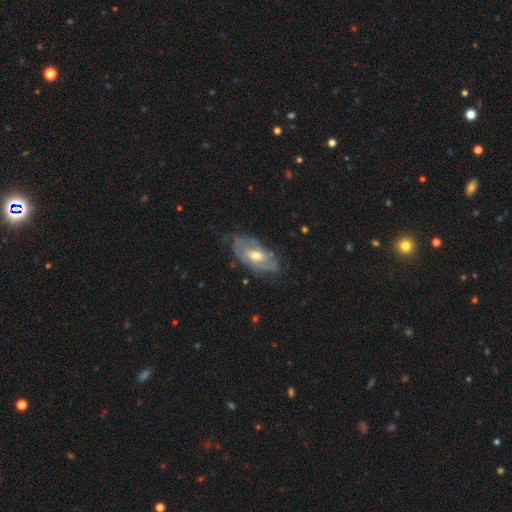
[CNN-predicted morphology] smooth_or_featured: featured or disk (p=0.78) [alt: smooth p=0.16]
disk_edge_on: no (p=0.91) [alt: yes p=0.09]
bar: no (p=0.52) [alt: weak p=0.38]
has_spiral_arms: yes (p=0.84) [alt: no p=0.16]
spiral_winding: tight (p=0.56) [alt: medium p=0.33]
spiral_arm_count: can't tell (p=0.40) [alt: 2 p=0.39]
bulge_size: moderate (p=0.69) [alt: small p=0.25]
merging: none (p=0.67) [alt: minor disturbance p=0.23]